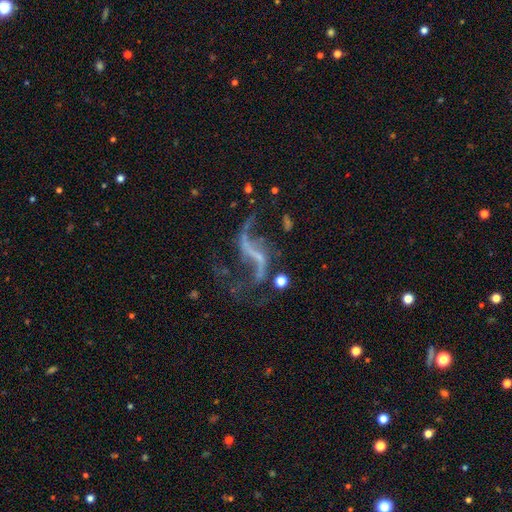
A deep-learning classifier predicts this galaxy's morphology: This appears to be a featured or disk galaxy (83%) with a strong bar (39%), 2 (85%) loose (91%) spiral arms (87%) and no central bulge (62%). Merging: none (47%).